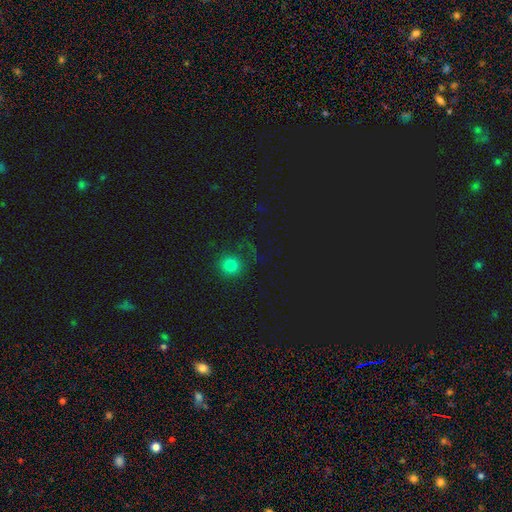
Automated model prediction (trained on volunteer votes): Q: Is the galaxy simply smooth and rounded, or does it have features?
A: smooth — 50%.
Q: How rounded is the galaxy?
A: round — 90%.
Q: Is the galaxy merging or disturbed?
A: none — 82%.